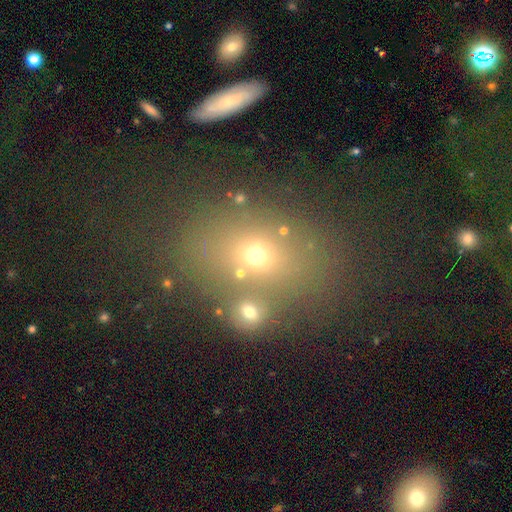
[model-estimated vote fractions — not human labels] smooth-or-featured: smooth: 62% | star or artifact: 23% | featured or disk: 14%
  how-rounded: in between: 61% | round: 36% | cigar-shaped: 2%
  merging: none: 53% | merger: 29% | minor disturbance: 11% | major disturbance: 6%